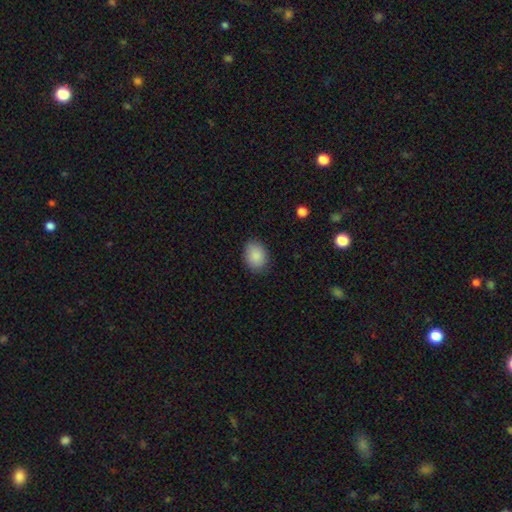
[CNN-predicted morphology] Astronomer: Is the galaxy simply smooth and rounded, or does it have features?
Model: smooth — 87%.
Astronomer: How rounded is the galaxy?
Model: in between — 61% (runner-up: round, 38%).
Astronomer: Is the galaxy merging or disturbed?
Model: none — 85%.